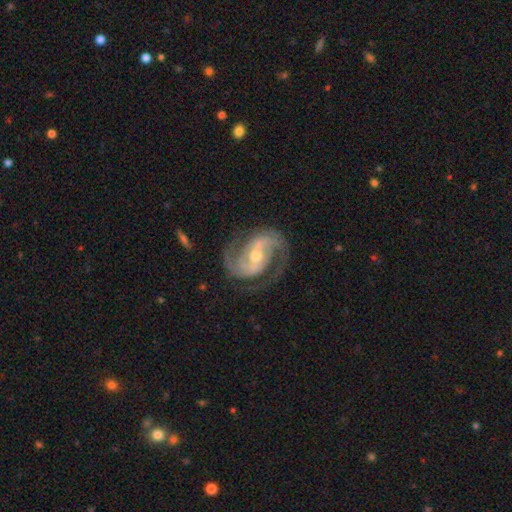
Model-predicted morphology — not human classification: A featured or disk galaxy (92%) with a weak bar (41%), 2 (90%) medium (56%) spiral arms (98%) and a moderate central bulge (55%).

Vote fractions:
- Smooth or featured? featured or disk: 92% / star or artifact: 4% / smooth: 4%
- Edge-on disk? no: 97% / yes: 3%
- Bar? weak: 41% / strong: 35% / no: 24%
- Spiral arms? yes: 98% / no: 2%
- Spiral winding? medium: 56% / tight: 30% / loose: 14%
- Spiral arm count? 2: 90% / 3: 4% / can't tell: 3% / 1: 1% / 4: 1% / more than 4: 1%
- Bulge size? moderate: 55% / small: 40% / large: 3% / none: 1% / dominant: 1%
- Merging? none: 77% / minor disturbance: 14% / major disturbance: 7% / merger: 2%